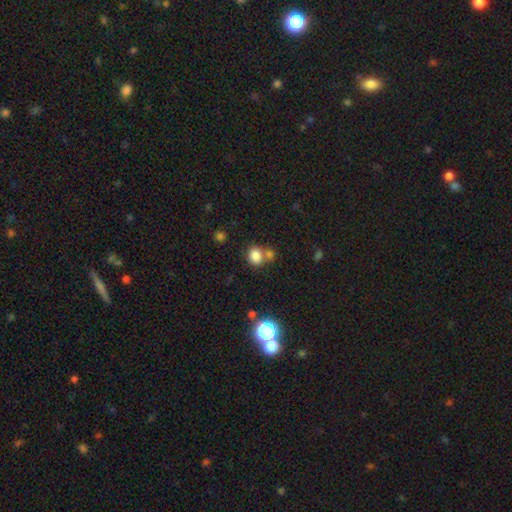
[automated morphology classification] The model was most divided on "how rounded": round: 55%, in between: 44%, cigar-shaped: 1%. More confident: smooth or featured — smooth (82%); merging — none (54%).